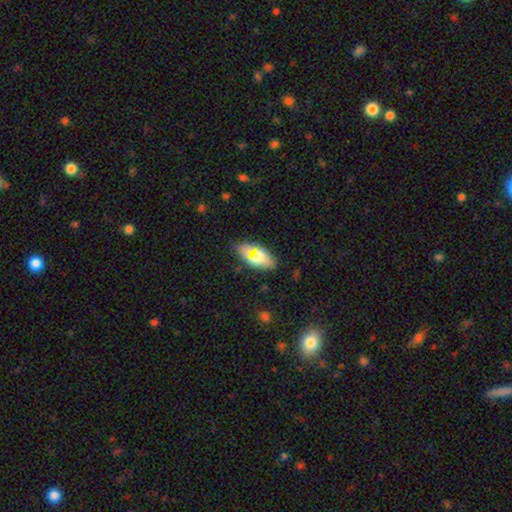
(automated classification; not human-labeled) Smooth or featured? Predicted: smooth (p=0.70). How rounded? Predicted: in between (p=0.89). Merging? Predicted: none (p=0.77).